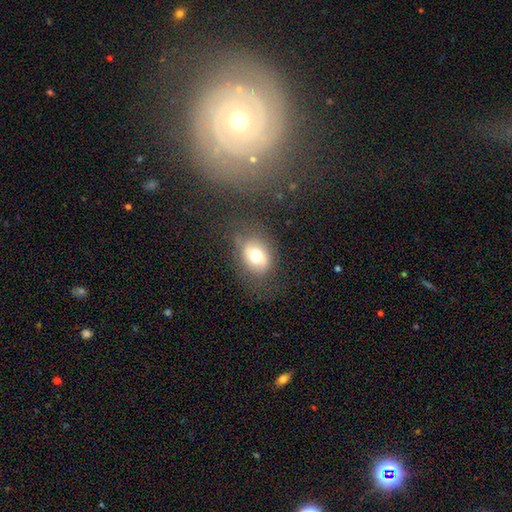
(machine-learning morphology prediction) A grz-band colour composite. It shows a smooth galaxy with no disk features (69%) that is in between round and cigar-shaped (57%). Merging: none (65%).